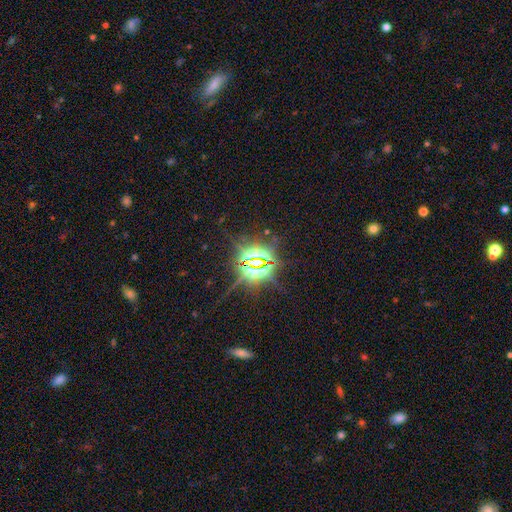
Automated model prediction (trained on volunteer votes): A star or artifact, not a galaxy (84%).

Vote fractions:
- Smooth or featured? star or artifact: 84% / featured or disk: 8% / smooth: 7%